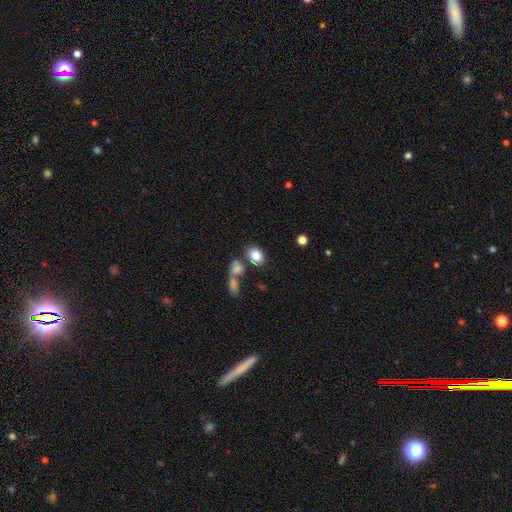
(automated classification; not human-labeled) Q: Smooth or featured?
A: smooth (83%); runner-up: star or artifact (9%)
Q: How rounded?
A: in between (62%); runner-up: round (37%)
Q: Merging?
A: none (68%); runner-up: merger (16%)